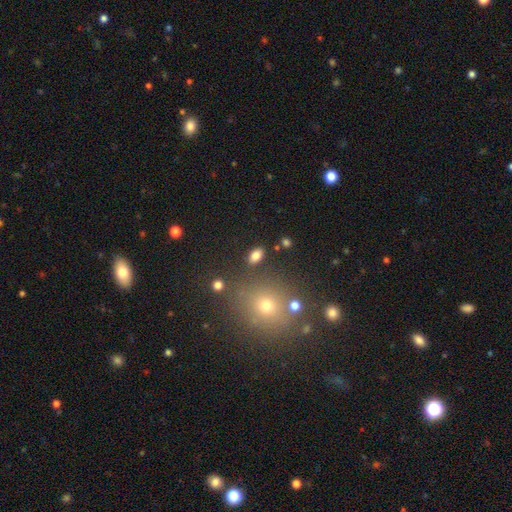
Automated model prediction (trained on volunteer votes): Smooth or featured? Predicted: smooth (p=0.80). How rounded? Predicted: in between (p=0.89). Merging? Predicted: none (p=0.84).